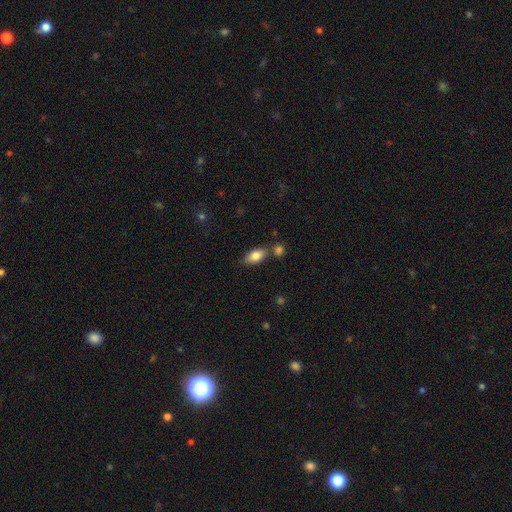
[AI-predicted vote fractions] Q: Smooth or featured?
A: smooth (83%); runner-up: featured or disk (10%)
Q: How rounded?
A: in between (90%); runner-up: cigar-shaped (6%)
Q: Merging?
A: none (68%); runner-up: merger (16%)